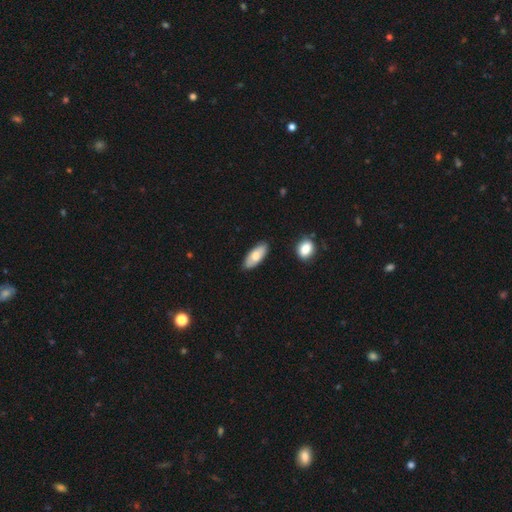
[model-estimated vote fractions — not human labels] A smooth galaxy with no disk features (70%) that is in between round and cigar-shaped (85%). Merging: none (85%).